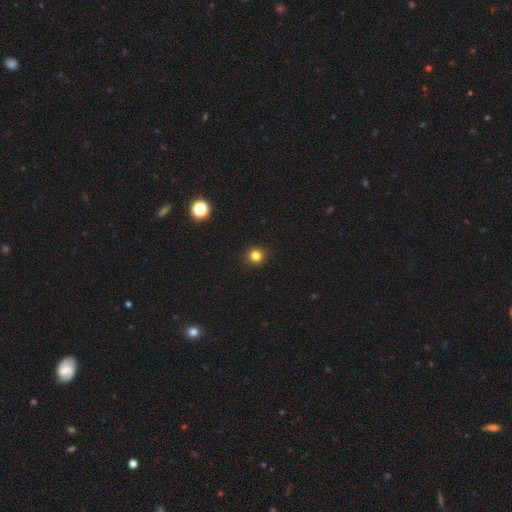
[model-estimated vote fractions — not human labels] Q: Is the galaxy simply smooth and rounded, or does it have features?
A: smooth — 82%.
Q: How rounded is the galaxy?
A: round — 94%.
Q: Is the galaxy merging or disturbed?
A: none — 93%.